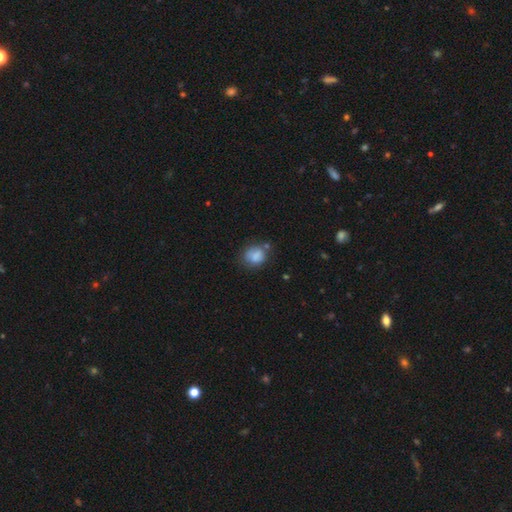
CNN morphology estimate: The model was most divided on "how rounded": round: 55%, in between: 44%, cigar-shaped: 1%. More confident: smooth or featured — smooth (73%); merging — none (53%).